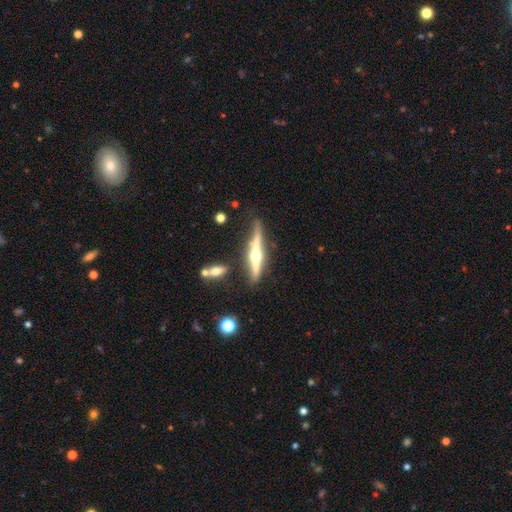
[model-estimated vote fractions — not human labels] Overall: featured or disk (78%). Edge-on disk: yes (97%). Edge-on bulge: rounded (94%). Merging: none (75%).